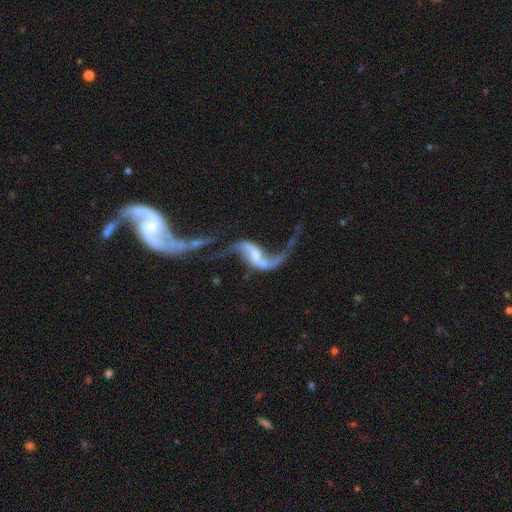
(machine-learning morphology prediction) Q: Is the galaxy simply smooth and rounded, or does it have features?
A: featured or disk — 90%.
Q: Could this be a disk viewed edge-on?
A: no — 96%.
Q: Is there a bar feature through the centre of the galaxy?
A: weak — 41%.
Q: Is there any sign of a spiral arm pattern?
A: yes — 94%.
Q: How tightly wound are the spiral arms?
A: loose — 92%.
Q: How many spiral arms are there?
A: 2 — 92%.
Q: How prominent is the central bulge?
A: small — 34%.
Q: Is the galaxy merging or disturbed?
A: none — 44%.